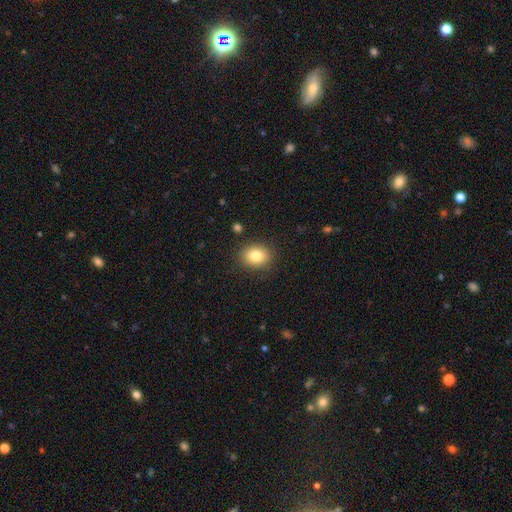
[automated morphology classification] smooth 83%, star or artifact 9%, featured or disk 8%. Down the decision tree: how rounded — in between (55%); merging — none (87%).